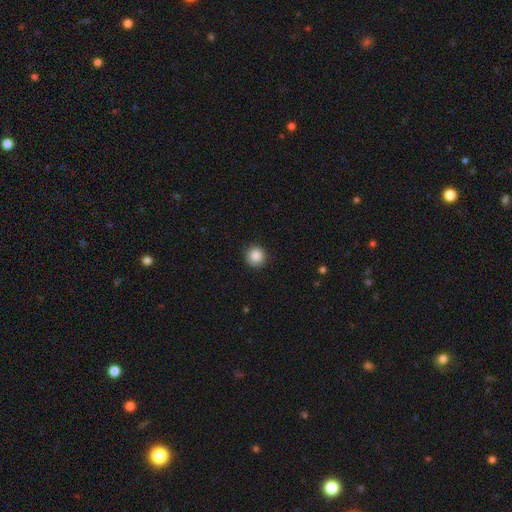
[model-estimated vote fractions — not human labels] This appears to be a smooth galaxy with no disk features (87%) that is round (94%). Merging: none (90%).